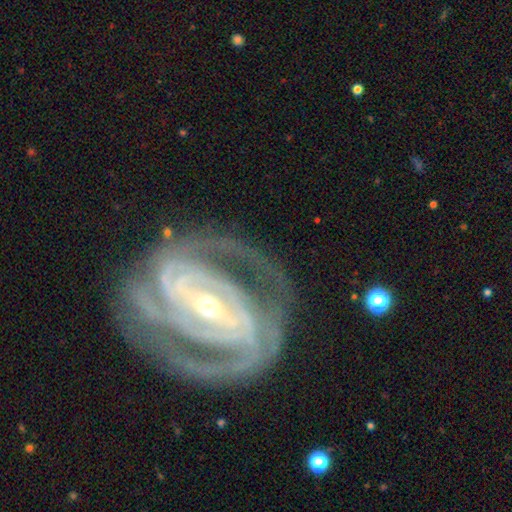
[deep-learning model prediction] A featured or disk galaxy (92%) with a strong bar (58%), 2 (31%) tight (68%) spiral arms (98%) and a small central bulge (60%). Merging: none (74%).